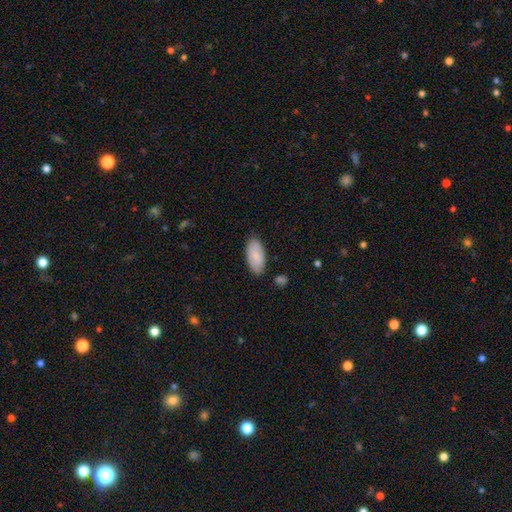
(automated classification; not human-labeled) smooth 85%, featured or disk 9%, star or artifact 6%. Down the decision tree: how rounded — in between (93%); merging — none (81%).